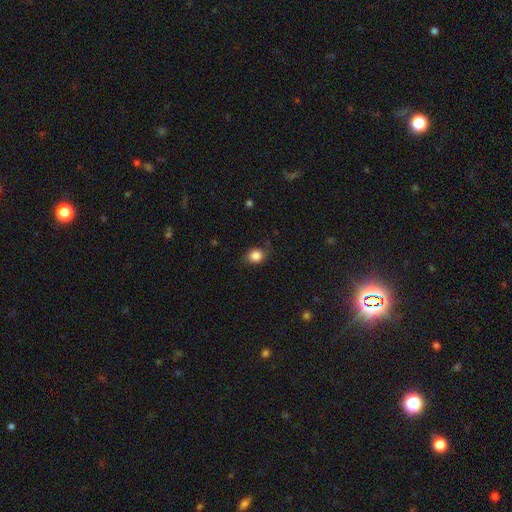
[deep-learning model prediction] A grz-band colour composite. It shows a smooth galaxy with no disk features (85%) that is round (69%). Merging: none (76%).